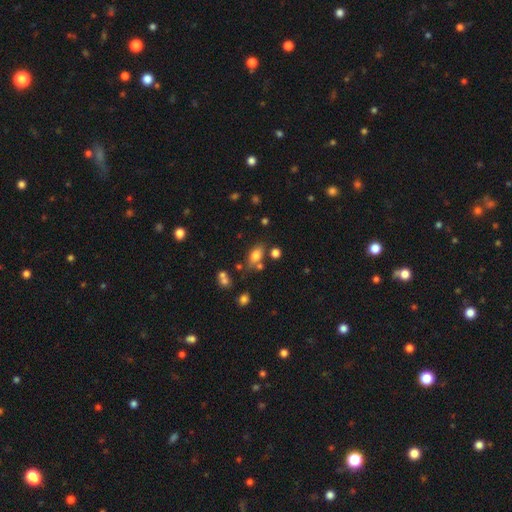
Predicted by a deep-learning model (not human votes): A smooth galaxy with no disk features (77%) that is in between round and cigar-shaped (84%).

Vote fractions:
- Smooth or featured? smooth: 77% / star or artifact: 12% / featured or disk: 11%
- How rounded? in between: 84% / round: 12% / cigar-shaped: 4%
- Merging? none: 67% / minor disturbance: 14% / merger: 14% / major disturbance: 5%